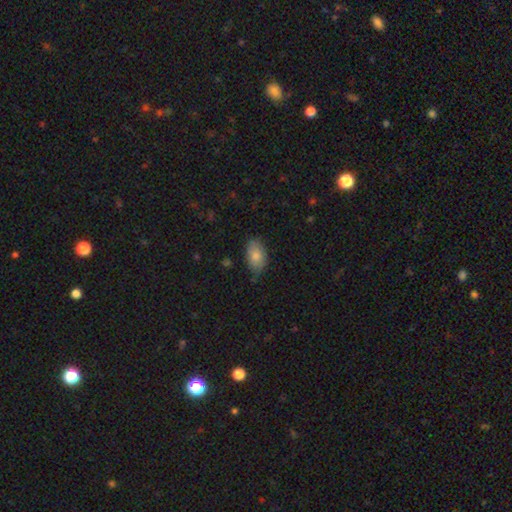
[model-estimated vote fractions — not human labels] Smooth or featured?
  - smooth: 80% *
  - featured or disk: 13%
  - star or artifact: 7%
How rounded?
  - in between: 91% *
  - round: 7%
  - cigar-shaped: 1%
Merging?
  - none: 73% *
  - minor disturbance: 22%
  - major disturbance: 4%
  - merger: 2%